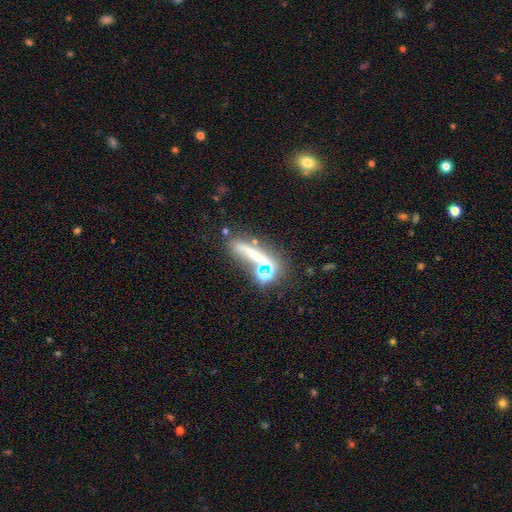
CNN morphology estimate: Smooth or featured: smooth — 38% (featured or disk — 35%)
Merging: none — 53% (merger — 19%)